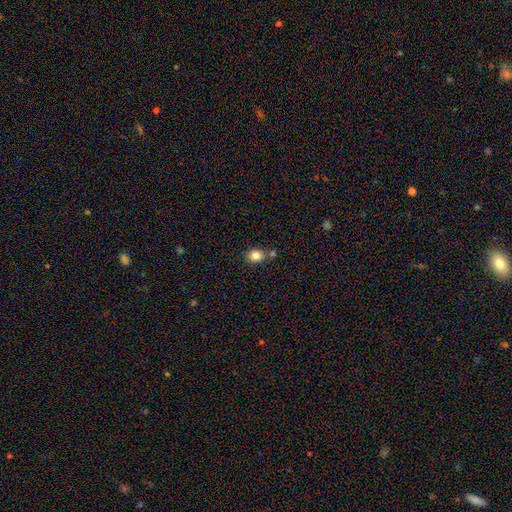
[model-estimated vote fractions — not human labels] A smooth galaxy with no disk features (84%) that is round (62%). Merging: none (70%).